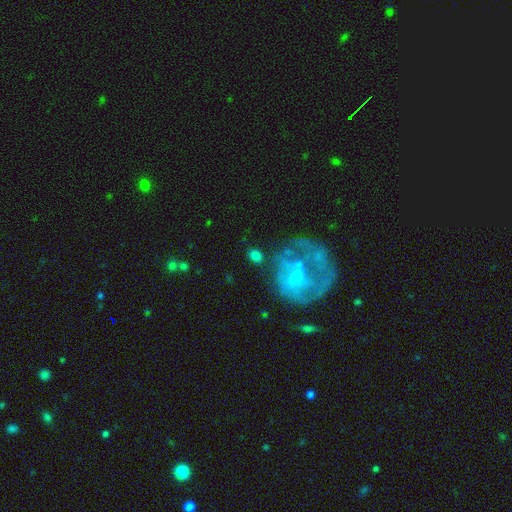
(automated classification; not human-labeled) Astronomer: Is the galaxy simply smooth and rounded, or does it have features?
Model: smooth — 62%.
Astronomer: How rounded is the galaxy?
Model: round — 53% (runner-up: in between, 45%).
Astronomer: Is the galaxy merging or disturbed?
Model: none — 64%.